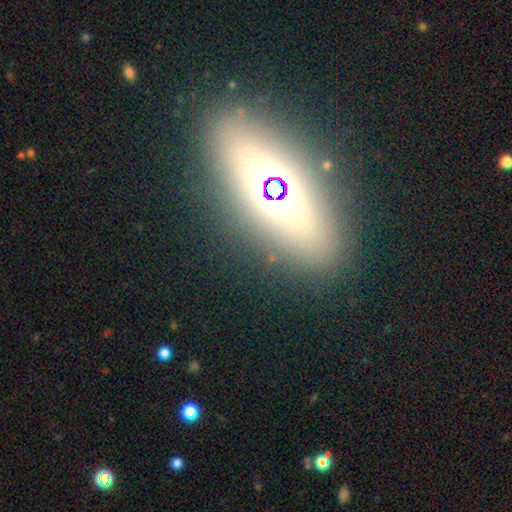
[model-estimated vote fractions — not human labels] Morphology: type=featured or disk (34%); merging=none (86%).